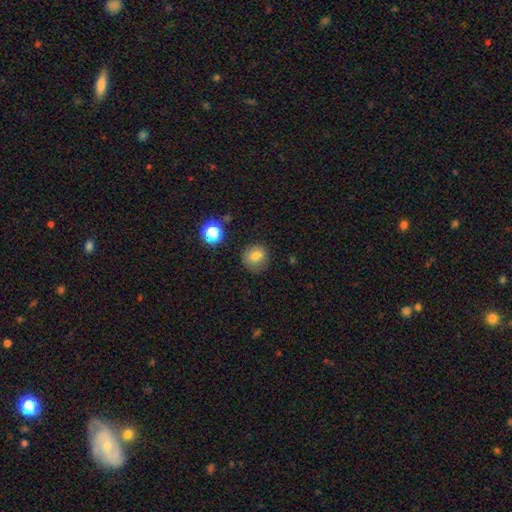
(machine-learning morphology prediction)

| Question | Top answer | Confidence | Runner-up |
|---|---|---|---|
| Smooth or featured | smooth | 78% | star or artifact (13%) |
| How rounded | round | 89% | in between (10%) |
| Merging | none | 82% | minor disturbance (13%) |